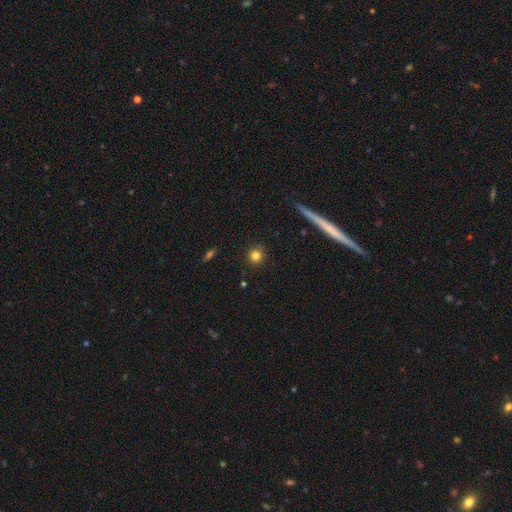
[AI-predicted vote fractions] Smooth or featured?
  - smooth: 82% *
  - star or artifact: 12%
  - featured or disk: 6%
How rounded?
  - round: 91% *
  - in between: 7%
  - cigar-shaped: 2%
Merging?
  - none: 90% *
  - minor disturbance: 7%
  - major disturbance: 2%
  - merger: 1%